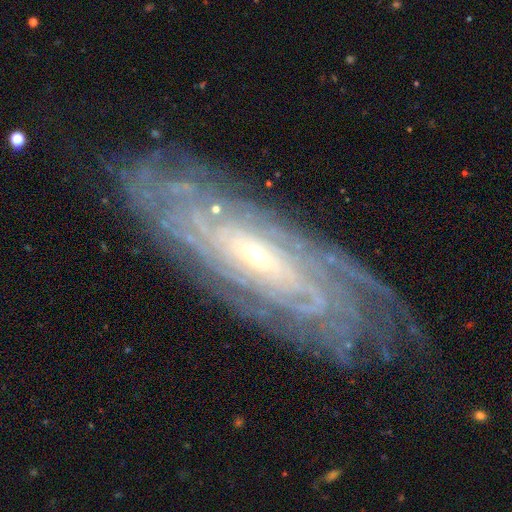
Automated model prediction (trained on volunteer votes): Smooth or featured? featured or disk (87%)
Edge-on disk? no (85%)
Bar? no (46%)
Spiral arms? yes (96%)
Spiral winding? tight (84%)
Spiral arm count? can't tell (41%)
Bulge size? small (66%)
Merging? none (83%)